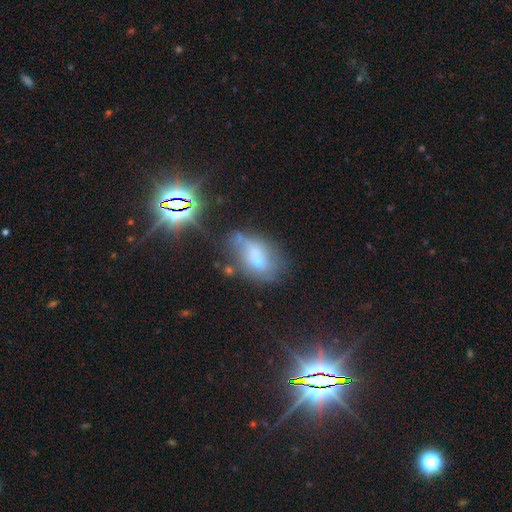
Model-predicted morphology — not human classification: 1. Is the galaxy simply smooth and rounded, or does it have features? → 41% smooth, 35% featured or disk, 25% star or artifact.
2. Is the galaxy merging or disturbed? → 36% none, 24% minor disturbance, 21% merger, 18% major disturbance.